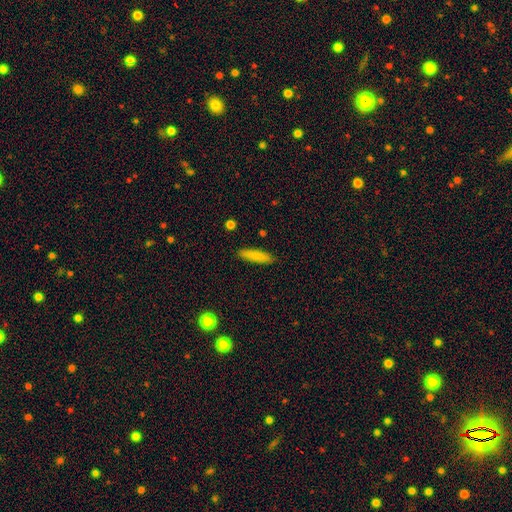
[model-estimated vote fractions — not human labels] Smooth or featured?
  - smooth: 84% *
  - featured or disk: 9%
  - star or artifact: 7%
How rounded?
  - cigar-shaped: 77% *
  - in between: 21%
  - round: 1%
Merging?
  - none: 88% *
  - minor disturbance: 8%
  - major disturbance: 2%
  - merger: 1%